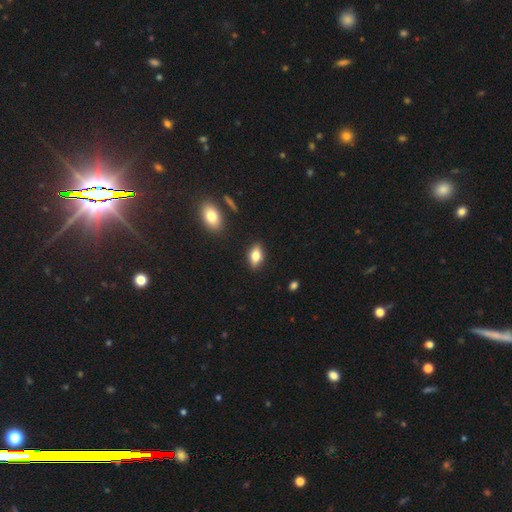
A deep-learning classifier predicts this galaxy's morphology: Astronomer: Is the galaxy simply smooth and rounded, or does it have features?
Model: smooth — 77%.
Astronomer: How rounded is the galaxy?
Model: in between — 87%.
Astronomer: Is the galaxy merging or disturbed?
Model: none — 87%.